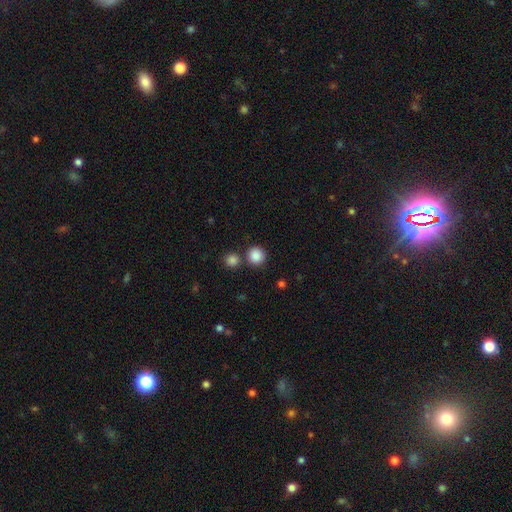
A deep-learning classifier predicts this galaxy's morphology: smooth-or-featured: smooth: 87% | star or artifact: 10% | featured or disk: 4%
  how-rounded: round: 93% | in between: 7% | cigar-shaped: 1%
  merging: none: 76% | merger: 14% | minor disturbance: 7% | major disturbance: 3%